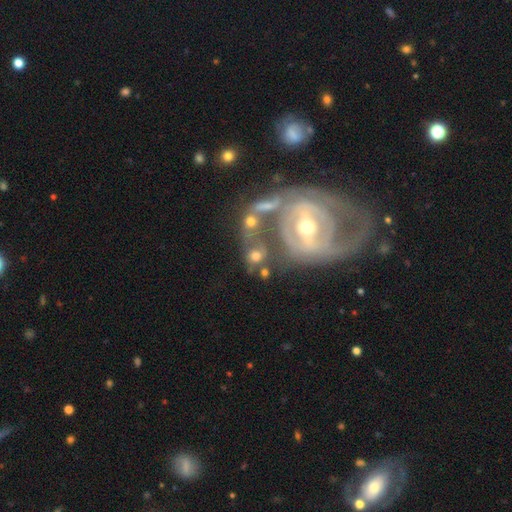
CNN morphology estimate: Overall: smooth (45%; featured or disk 44%). Merging: merger (37%; none 36%).